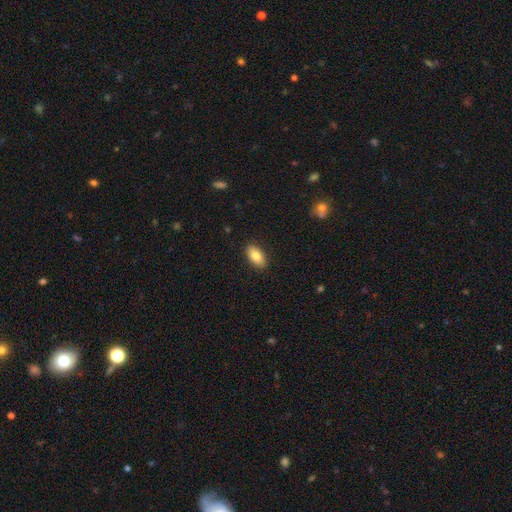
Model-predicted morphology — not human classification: Smooth or featured?
  - smooth: 84% *
  - featured or disk: 9%
  - star or artifact: 7%
How rounded?
  - in between: 92% *
  - cigar-shaped: 5%
  - round: 3%
Merging?
  - none: 89% *
  - minor disturbance: 8%
  - major disturbance: 2%
  - merger: 1%